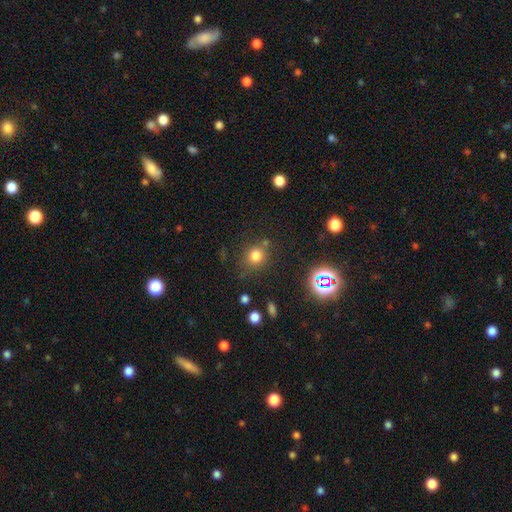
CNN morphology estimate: smooth_or_featured: smooth (p=0.76) [alt: star or artifact p=0.17]
how_rounded: round (p=0.83) [alt: in between p=0.16]
merging: none (p=0.73) [alt: minor disturbance p=0.13]